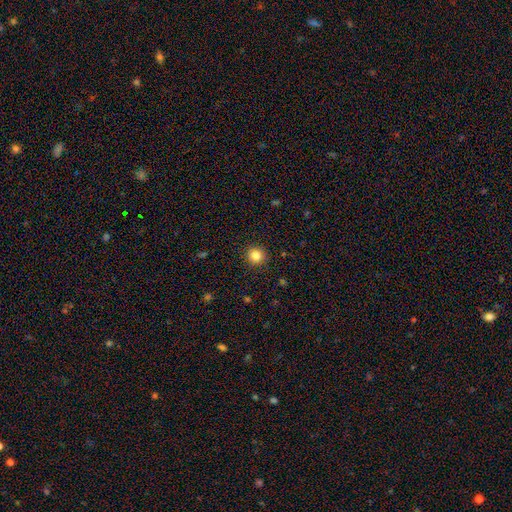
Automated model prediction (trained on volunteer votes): This is clearly a smooth galaxy (83%). How rounded: clearly round (93%). Merging: clearly none (92%).